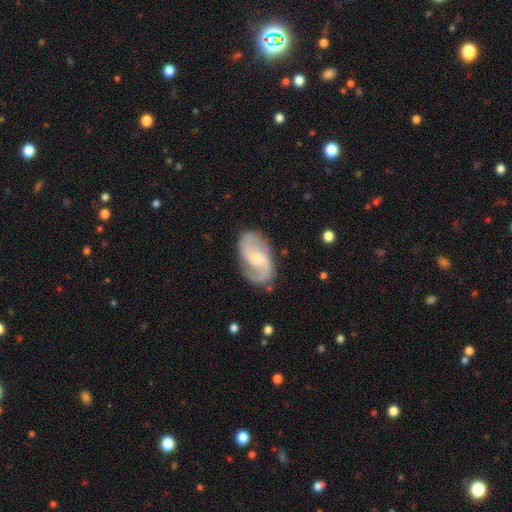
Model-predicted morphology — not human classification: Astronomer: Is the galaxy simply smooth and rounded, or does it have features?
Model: featured or disk — 83%.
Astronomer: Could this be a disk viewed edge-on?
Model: no — 97%.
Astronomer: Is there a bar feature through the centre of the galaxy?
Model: weak — 48% (runner-up: no, 41%).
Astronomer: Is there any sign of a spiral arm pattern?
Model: yes — 96%.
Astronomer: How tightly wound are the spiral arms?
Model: medium — 47% (runner-up: loose, 34%).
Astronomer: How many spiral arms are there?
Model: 2 — 86%.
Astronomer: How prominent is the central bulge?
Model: small — 47% (runner-up: moderate, 38%).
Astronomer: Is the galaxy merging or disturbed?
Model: none — 77%.